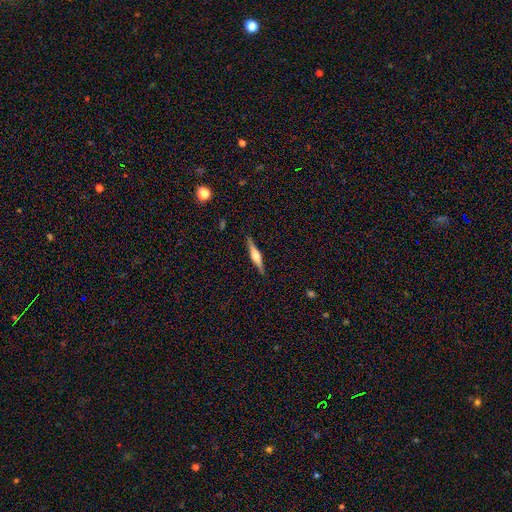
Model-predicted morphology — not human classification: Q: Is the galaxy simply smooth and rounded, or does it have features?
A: featured or disk — 67%.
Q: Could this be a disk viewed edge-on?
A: yes — 98%.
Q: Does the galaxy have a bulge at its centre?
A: rounded — 73%.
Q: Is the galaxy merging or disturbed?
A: none — 89%.